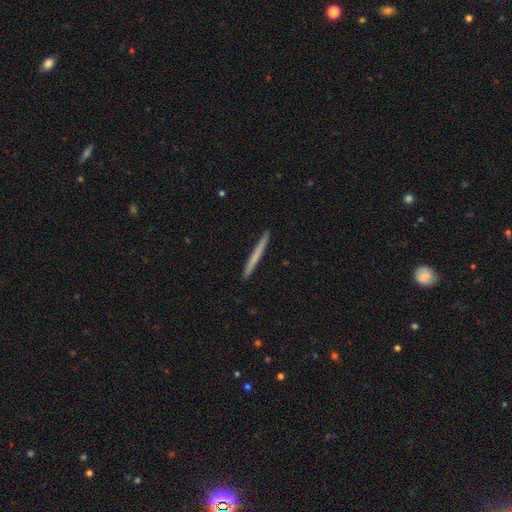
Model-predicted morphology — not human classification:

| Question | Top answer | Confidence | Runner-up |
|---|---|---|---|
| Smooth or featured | smooth | 61% | featured or disk (34%) |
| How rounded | cigar-shaped | 97% | in between (1%) |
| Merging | none | 93% | minor disturbance (4%) |